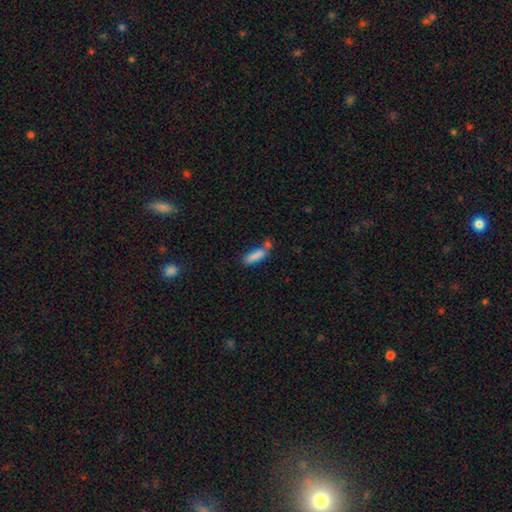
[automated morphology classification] smooth_or_featured: smooth (p=0.84) [alt: featured or disk p=0.08]
how_rounded: cigar-shaped (p=0.57) [alt: in between p=0.41]
merging: none (p=0.50) [alt: merger p=0.25]